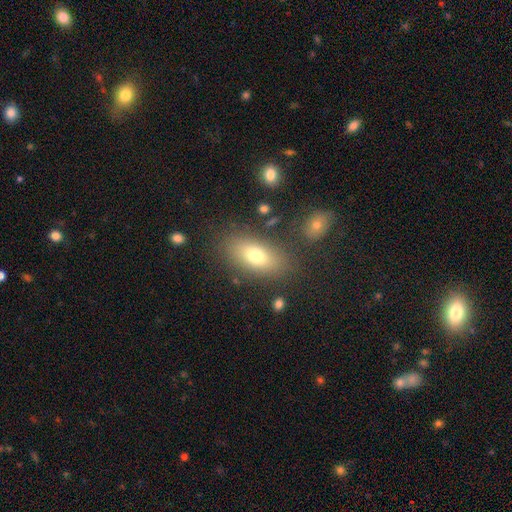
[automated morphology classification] This is likely a smooth galaxy (73%). How rounded: clearly in between (86%). Merging: likely none (79%).